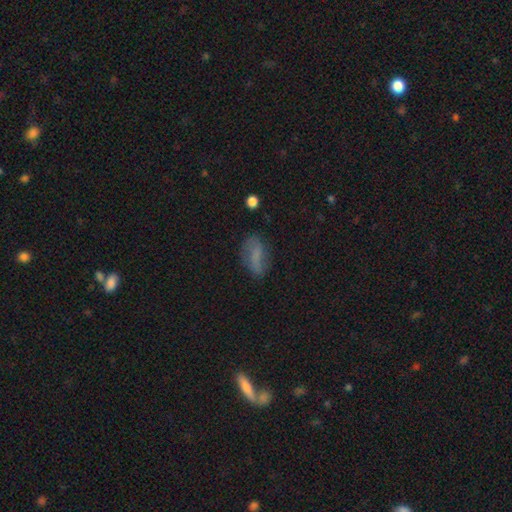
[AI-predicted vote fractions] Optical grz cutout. It shows a smooth galaxy with no disk features (57%) that is in between round and cigar-shaped (81%). Merging: none (69%).